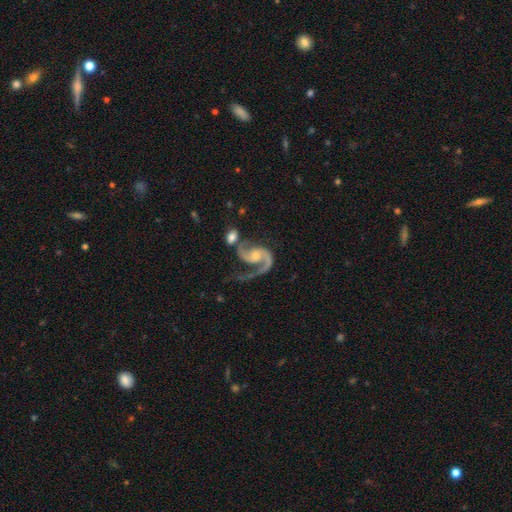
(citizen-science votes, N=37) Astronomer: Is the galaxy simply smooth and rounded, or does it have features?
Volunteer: featured or disk — 95%.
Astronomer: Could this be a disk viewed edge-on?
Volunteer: no — 100%.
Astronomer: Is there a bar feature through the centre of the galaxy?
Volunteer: no — 60%.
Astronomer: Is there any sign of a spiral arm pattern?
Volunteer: yes — 100%.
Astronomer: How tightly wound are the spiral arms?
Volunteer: medium — 71%.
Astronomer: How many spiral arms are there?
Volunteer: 2 — 91%.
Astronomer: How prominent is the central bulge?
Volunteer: small — 60% (runner-up: moderate, 40%).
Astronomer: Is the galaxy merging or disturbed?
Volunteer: none — 47% (runner-up: minor disturbance, 25%).